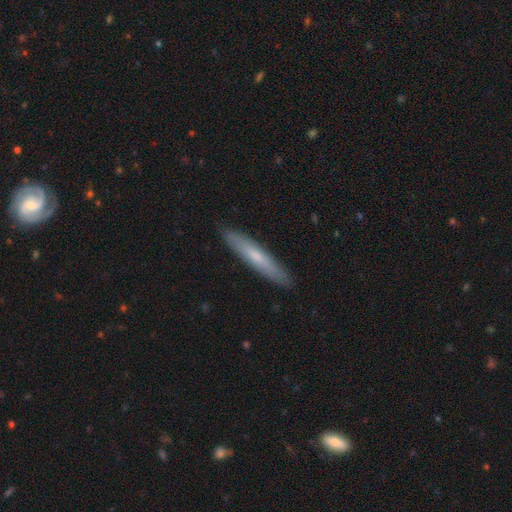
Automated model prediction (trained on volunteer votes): smooth-or-featured: smooth: 60% | featured or disk: 34% | star or artifact: 6%
  how-rounded: cigar-shaped: 92% | in between: 7% | round: 1%
  merging: none: 90% | minor disturbance: 7% | major disturbance: 1% | merger: 1%